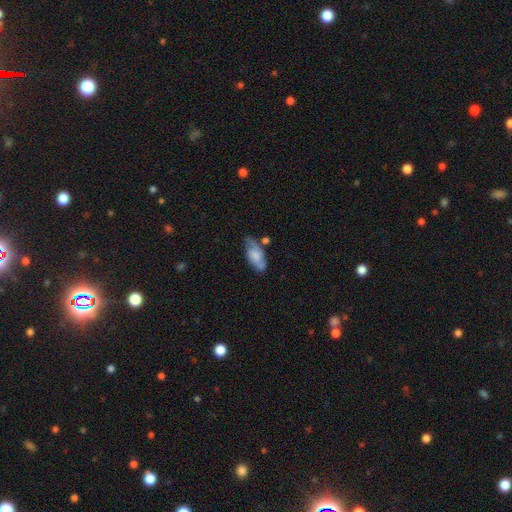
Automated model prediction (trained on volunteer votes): smooth-or-featured: smooth: 52% | featured or disk: 40% | star or artifact: 8%
  how-rounded: in between: 85% | cigar-shaped: 12% | round: 4%
  merging: none: 56% | minor disturbance: 26% | merger: 9% | major disturbance: 9%